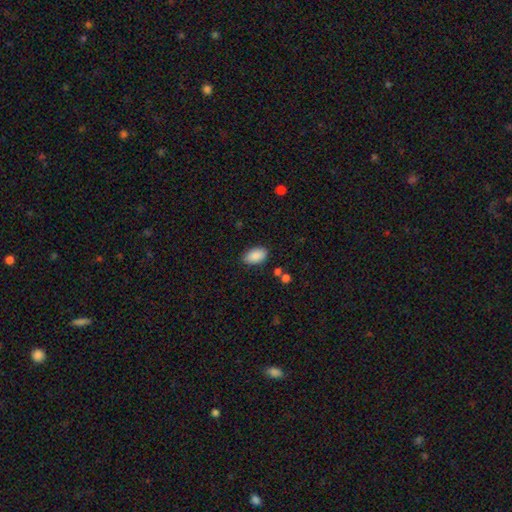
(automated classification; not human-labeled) The model was most divided on "merging": none: 84%, minor disturbance: 11%, major disturbance: 3%, merger: 2%. More confident: how rounded — in between (92%); smooth or featured — smooth (89%).